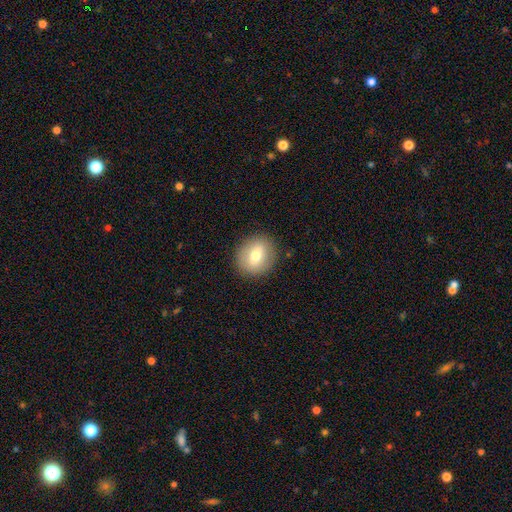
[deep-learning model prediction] Smooth or featured? Predicted: smooth (p=0.67). How rounded? Predicted: round (p=0.77). Merging? Predicted: none (p=0.88).